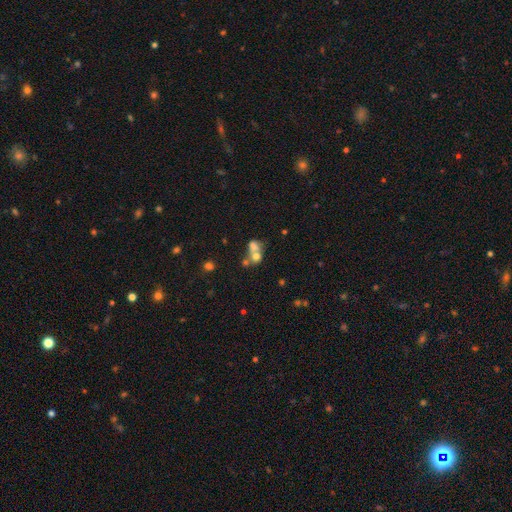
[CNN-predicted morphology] type=smooth (62%); roundness=round (60%); merging=merger (63%).